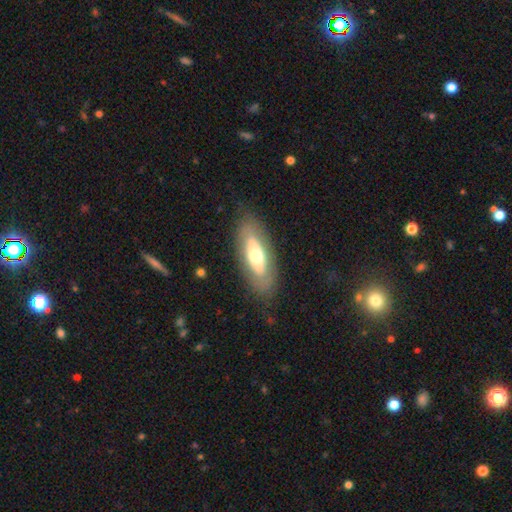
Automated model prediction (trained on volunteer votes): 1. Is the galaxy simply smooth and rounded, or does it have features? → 50% smooth, 44% featured or disk, 6% star or artifact.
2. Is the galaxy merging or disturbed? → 80% none, 13% minor disturbance, 5% major disturbance, 1% merger.